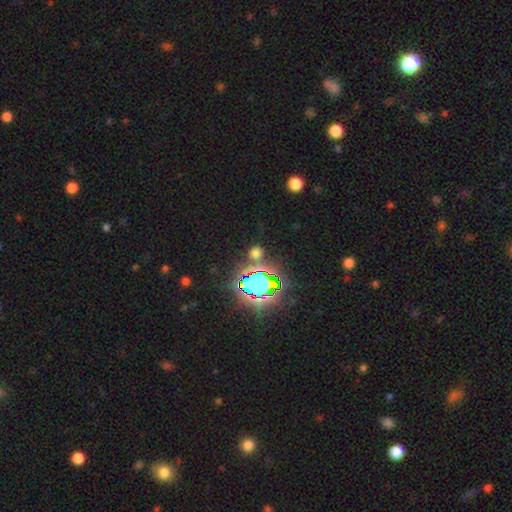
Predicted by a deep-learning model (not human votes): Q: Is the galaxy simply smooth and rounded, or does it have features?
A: star or artifact — 69%.